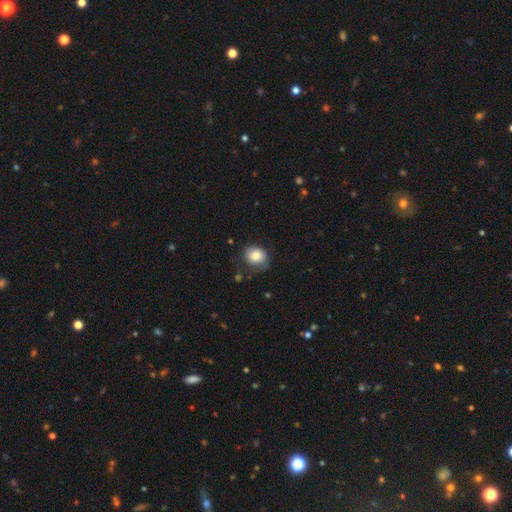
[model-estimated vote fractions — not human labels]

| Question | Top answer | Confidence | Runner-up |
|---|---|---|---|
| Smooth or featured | smooth | 82% | featured or disk (9%) |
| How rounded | round | 64% | in between (35%) |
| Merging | none | 66% | minor disturbance (25%) |